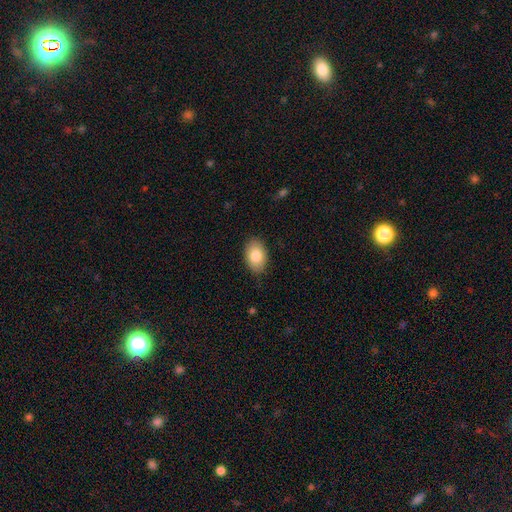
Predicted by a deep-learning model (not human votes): Smooth or featured? Predicted: smooth (p=0.82). How rounded? Predicted: in between (p=0.89). Merging? Predicted: none (p=0.86).